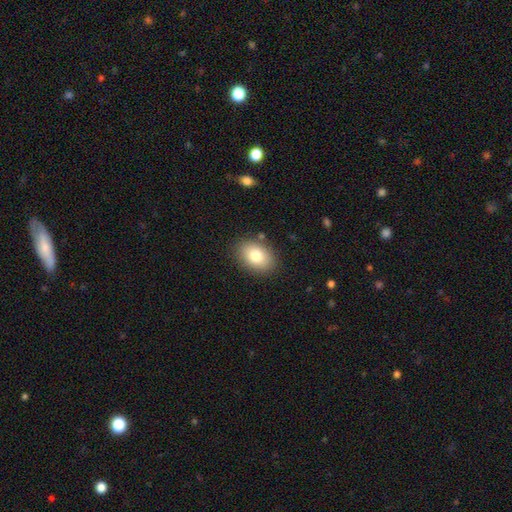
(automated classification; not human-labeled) A smooth galaxy with no disk features (82%) that is in between round and cigar-shaped (81%).

Vote fractions:
- Smooth or featured? smooth: 82% / featured or disk: 11% / star or artifact: 8%
- How rounded? in between: 81% / round: 18% / cigar-shaped: 1%
- Merging? none: 85% / minor disturbance: 10% / major disturbance: 3% / merger: 2%